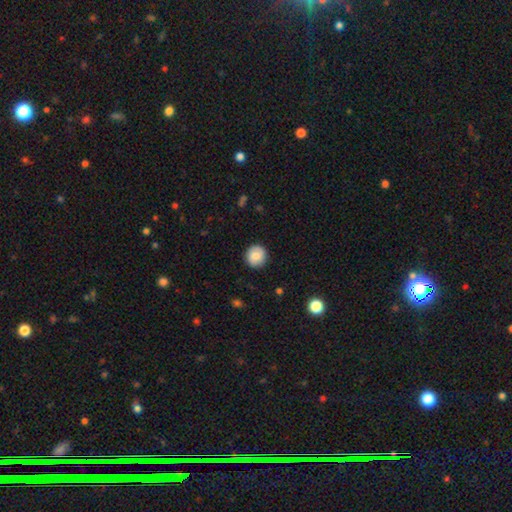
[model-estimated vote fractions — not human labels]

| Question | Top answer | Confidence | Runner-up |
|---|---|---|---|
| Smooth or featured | smooth | 76% | featured or disk (16%) |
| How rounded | round | 92% | in between (7%) |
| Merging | none | 88% | minor disturbance (9%) |